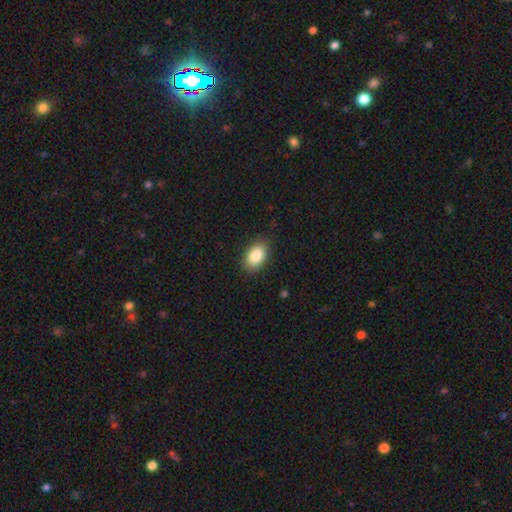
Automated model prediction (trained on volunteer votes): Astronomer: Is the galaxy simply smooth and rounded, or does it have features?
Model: smooth — 85%.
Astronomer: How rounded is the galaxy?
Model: in between — 91%.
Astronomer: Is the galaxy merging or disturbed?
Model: none — 87%.